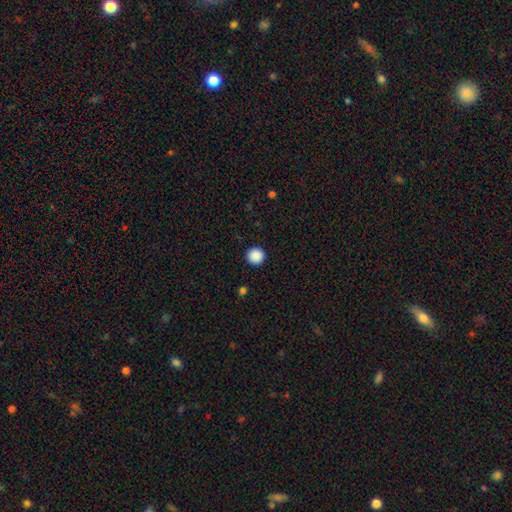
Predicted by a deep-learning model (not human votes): Q: Smooth or featured?
A: smooth (89%); runner-up: star or artifact (9%)
Q: How rounded?
A: round (96%); runner-up: in between (3%)
Q: Merging?
A: none (93%); runner-up: minor disturbance (4%)